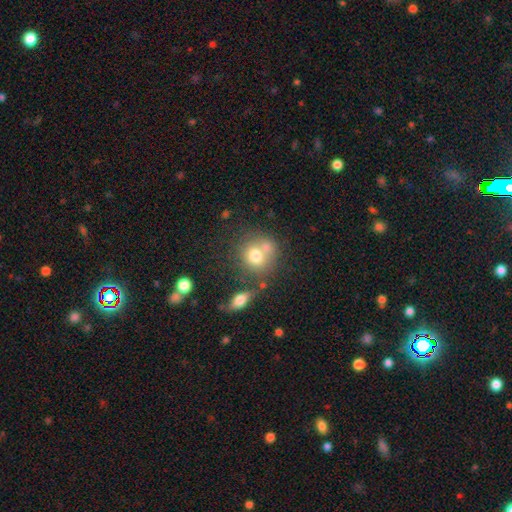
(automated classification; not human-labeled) smooth-or-featured: smooth: 73% | featured or disk: 17% | star or artifact: 10%
  how-rounded: round: 80% | in between: 19% | cigar-shaped: 1%
  merging: none: 46% | merger: 36% | minor disturbance: 12% | major disturbance: 6%